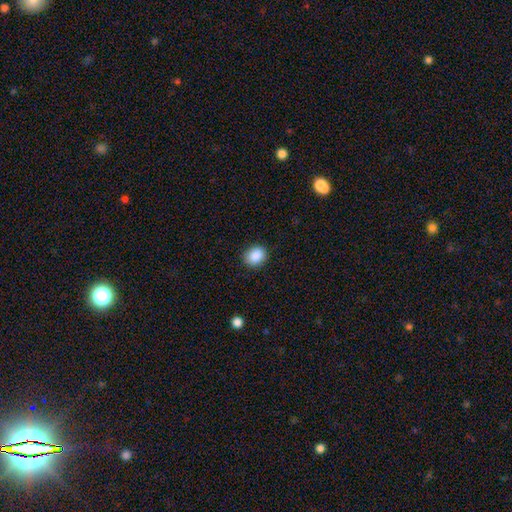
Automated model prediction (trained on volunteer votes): This is clearly a smooth galaxy (89%). How rounded: likely round (61%). Merging: clearly none (88%).